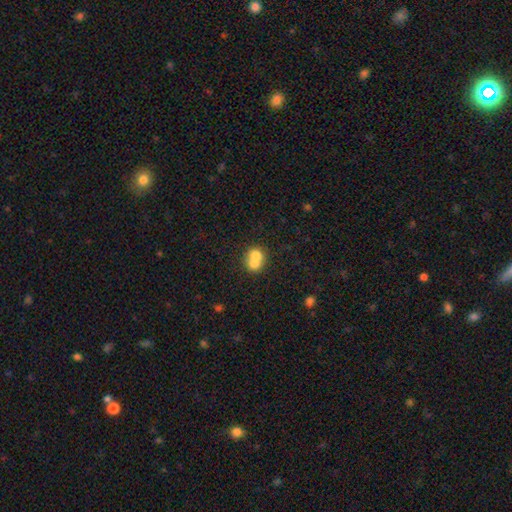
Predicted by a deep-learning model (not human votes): Smooth or featured? smooth (68%)
How rounded? round (68%)
Merging? merger (69%)